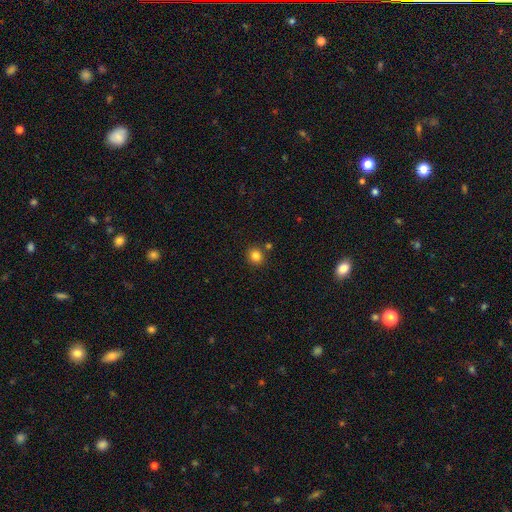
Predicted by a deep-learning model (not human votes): Smooth or featured?
  - smooth: 83% *
  - star or artifact: 12%
  - featured or disk: 5%
How rounded?
  - round: 78% *
  - in between: 21%
  - cigar-shaped: 1%
Merging?
  - none: 82% *
  - minor disturbance: 8%
  - merger: 7%
  - major disturbance: 2%